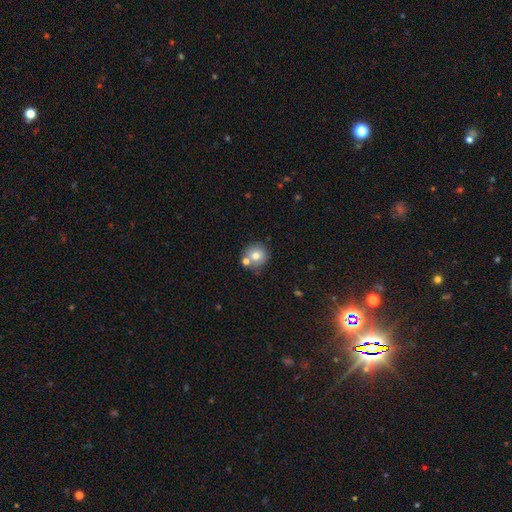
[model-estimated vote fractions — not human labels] Smooth or featured? smooth (74%)
How rounded? round (90%)
Merging? none (65%)